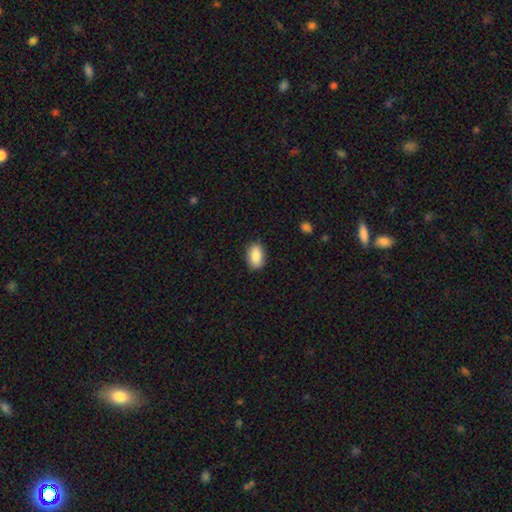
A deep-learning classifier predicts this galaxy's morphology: type=smooth (88%); roundness=in between (91%); merging=none (86%).